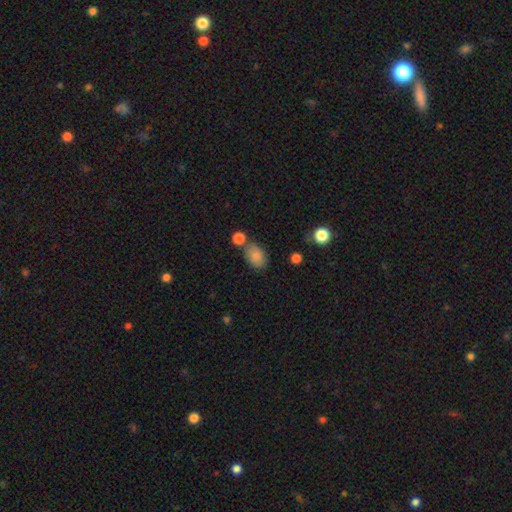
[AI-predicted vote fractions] This is clearly a smooth galaxy (84%). How rounded: likely in between (79%). Merging: likely none (60%).